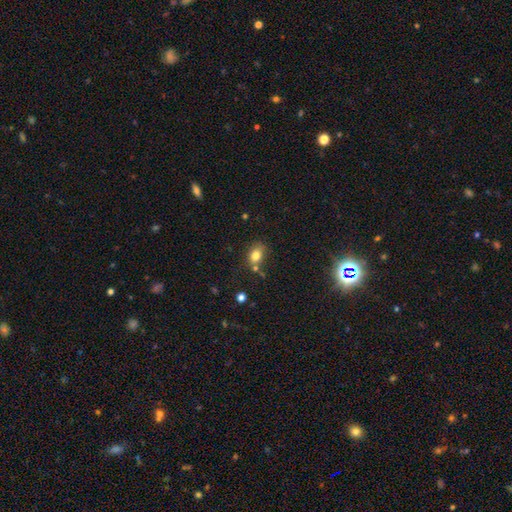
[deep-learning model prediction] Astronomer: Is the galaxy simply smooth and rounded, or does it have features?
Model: smooth — 79%.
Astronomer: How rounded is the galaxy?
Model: in between — 71%.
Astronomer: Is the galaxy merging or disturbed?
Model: none — 63%.